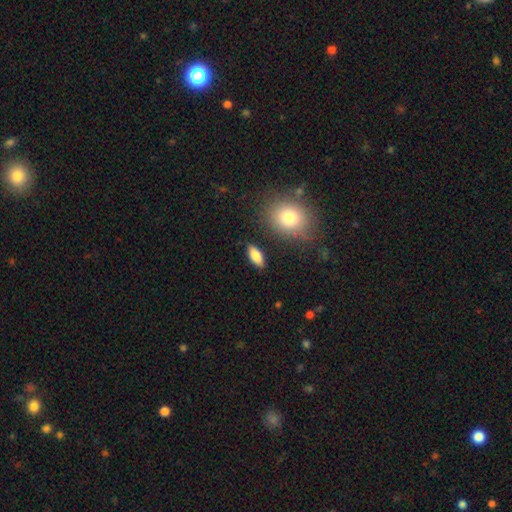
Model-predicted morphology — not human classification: Smooth or featured: smooth — 81% (featured or disk — 12%)
How rounded: in between — 78% (cigar-shaped — 19%)
Merging: none — 87% (minor disturbance — 9%)